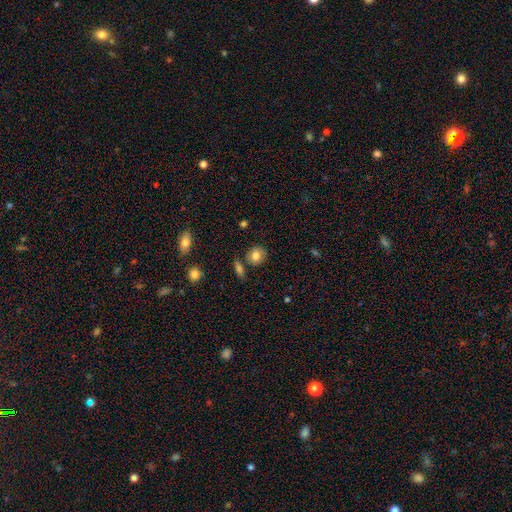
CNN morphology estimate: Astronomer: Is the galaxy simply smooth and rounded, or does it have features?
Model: smooth — 82%.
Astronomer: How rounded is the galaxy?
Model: round — 78%.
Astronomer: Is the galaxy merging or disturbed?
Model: none — 79%.